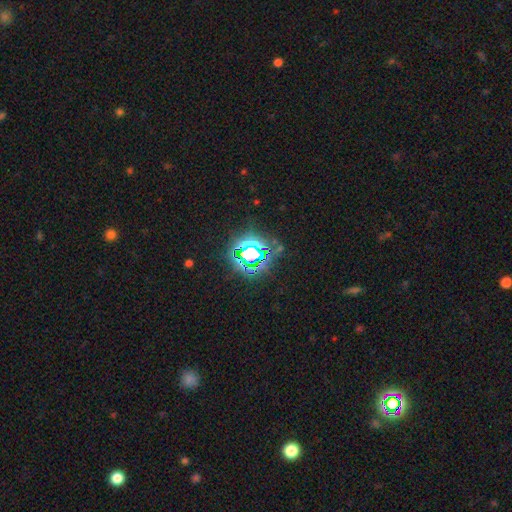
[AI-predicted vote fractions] This is likely a star or artifact rather than a galaxy (77%).